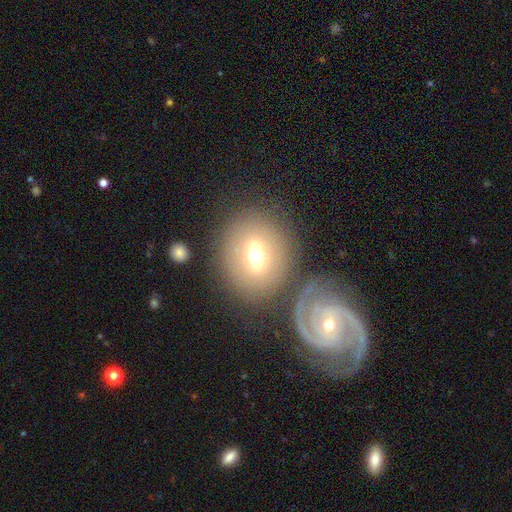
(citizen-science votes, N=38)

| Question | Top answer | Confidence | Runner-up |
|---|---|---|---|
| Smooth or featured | featured or disk | 58% | smooth (32%) |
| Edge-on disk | no | 95% | yes (5%) |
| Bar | weak | 57% | strong (24%) |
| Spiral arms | no | 67% | yes (33%) |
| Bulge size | moderate | 76% | small (14%) |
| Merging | none | 53% | minor disturbance (21%) |